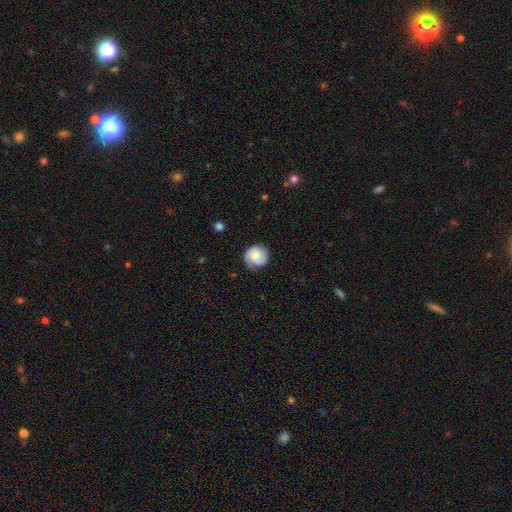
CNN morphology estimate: The model was most divided on "smooth or featured": featured or disk: 47%, smooth: 46%, star or artifact: 7%. More confident: merging — none (74%).